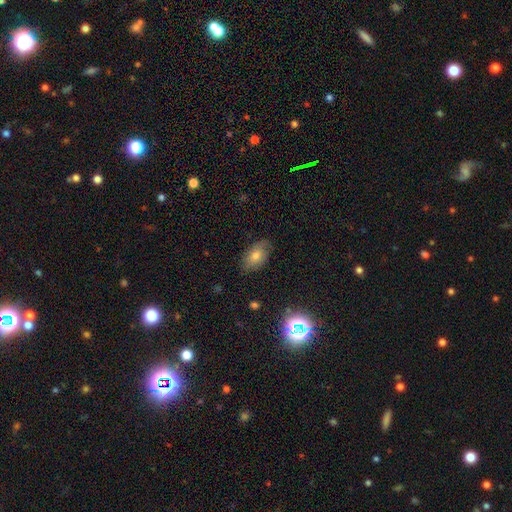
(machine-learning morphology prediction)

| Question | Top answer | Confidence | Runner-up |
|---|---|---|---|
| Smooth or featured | smooth | 57% | featured or disk (29%) |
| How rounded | in between | 87% | round (10%) |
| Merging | none | 75% | minor disturbance (19%) |